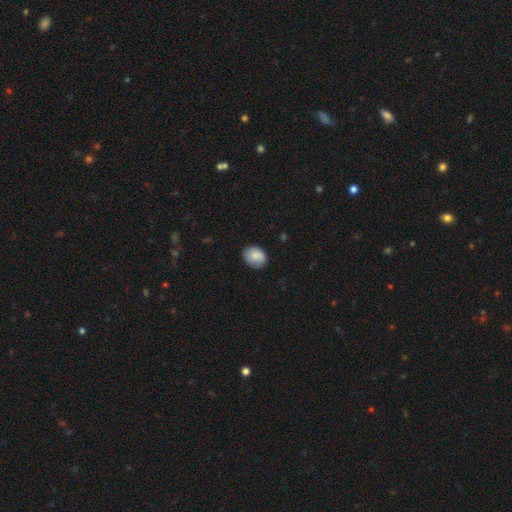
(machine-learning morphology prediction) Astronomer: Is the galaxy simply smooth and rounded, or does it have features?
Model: smooth — 85%.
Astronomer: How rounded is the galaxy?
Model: in between — 55% (runner-up: round, 44%).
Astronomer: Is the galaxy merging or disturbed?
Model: none — 79%.